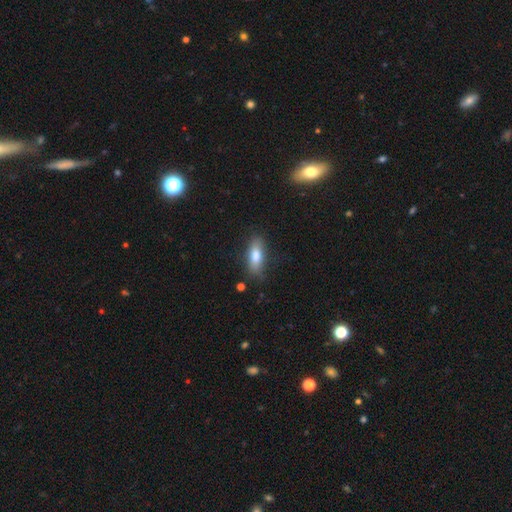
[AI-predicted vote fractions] A smooth galaxy with no disk features (77%) that is in between round and cigar-shaped (70%). Merging: none (79%).